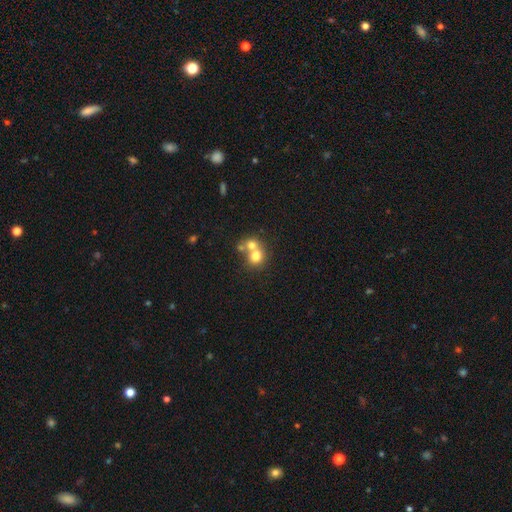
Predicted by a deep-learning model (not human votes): smooth-or-featured: smooth: 70% | featured or disk: 18% | star or artifact: 12%
  how-rounded: round: 77% | in between: 22% | cigar-shaped: 1%
  merging: merger: 61% | none: 31% | minor disturbance: 5% | major disturbance: 3%